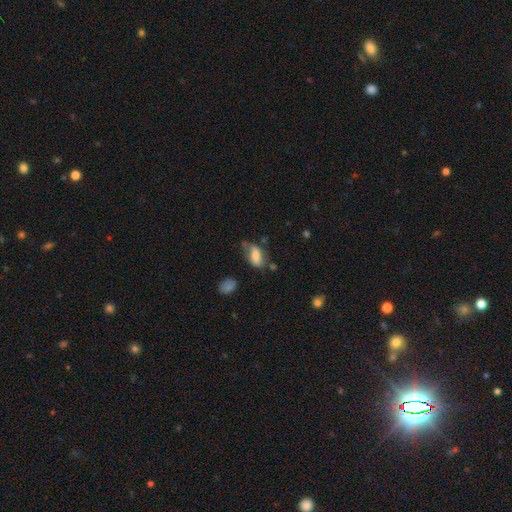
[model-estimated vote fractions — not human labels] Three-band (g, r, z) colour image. It shows a smooth galaxy with no disk features (69%) that is in between round and cigar-shaped (88%). Merging: none (48%).